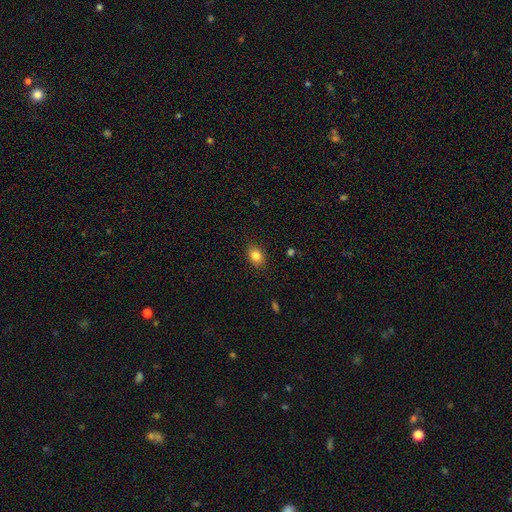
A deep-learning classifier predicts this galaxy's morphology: Smooth or featured? Predicted: smooth (p=0.83). How rounded? Predicted: in between (p=0.64). Merging? Predicted: none (p=0.87).